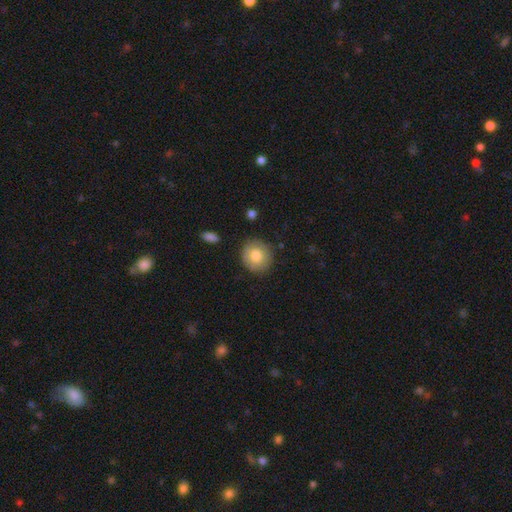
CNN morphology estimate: A smooth galaxy with no disk features (79%) that is round (89%).

Vote fractions:
- Smooth or featured? smooth: 79% / featured or disk: 13% / star or artifact: 8%
- How rounded? round: 89% / in between: 10% / cigar-shaped: 1%
- Merging? none: 85% / minor disturbance: 11% / major disturbance: 3% / merger: 2%